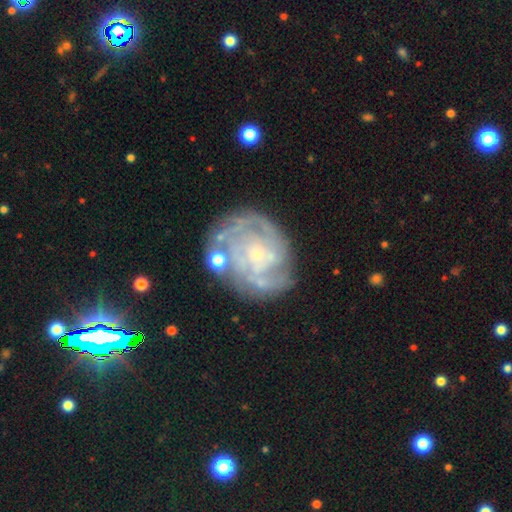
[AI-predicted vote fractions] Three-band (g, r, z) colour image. It shows a featured or disk galaxy (82%) with no bar (71%), tight (64%) spiral arms (89%) and a small central bulge (71%). Merging: none (66%).